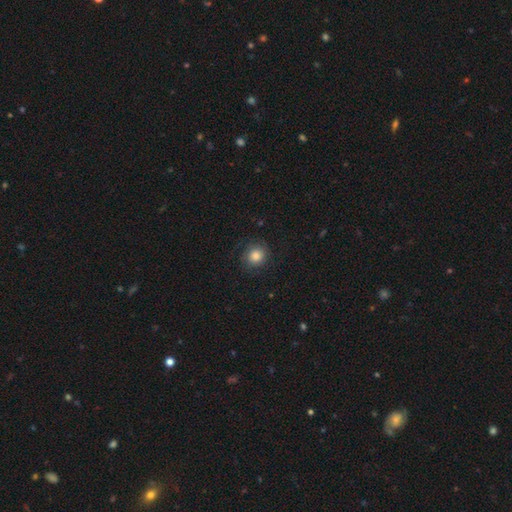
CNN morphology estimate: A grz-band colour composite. It shows a smooth galaxy with no disk features (80%) that is round (86%). Merging: none (80%).